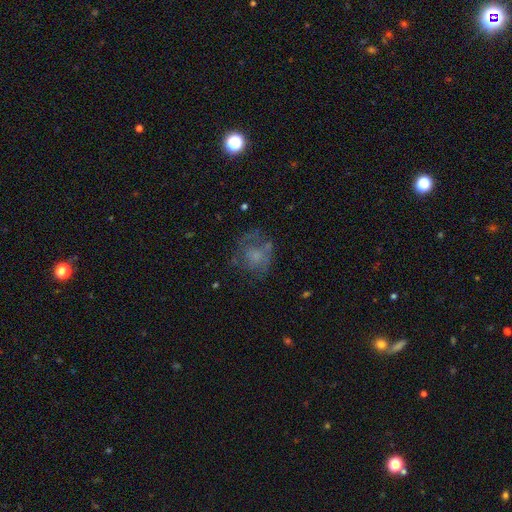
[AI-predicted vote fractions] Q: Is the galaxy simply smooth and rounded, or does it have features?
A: smooth — 45%.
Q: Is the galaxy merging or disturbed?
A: none — 52%.